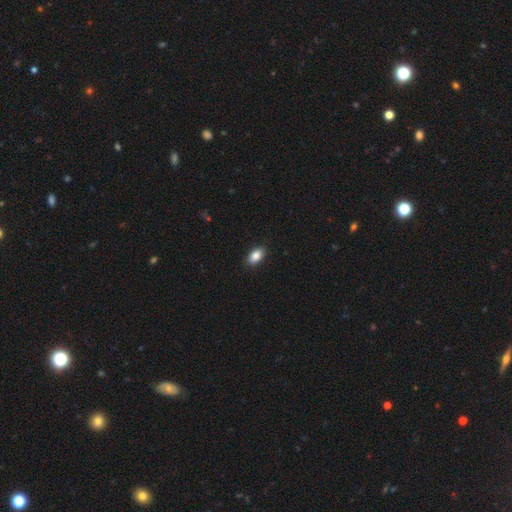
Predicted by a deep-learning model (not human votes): A smooth galaxy with no disk features (87%) that is in between round and cigar-shaped (92%). Merging: none (89%).